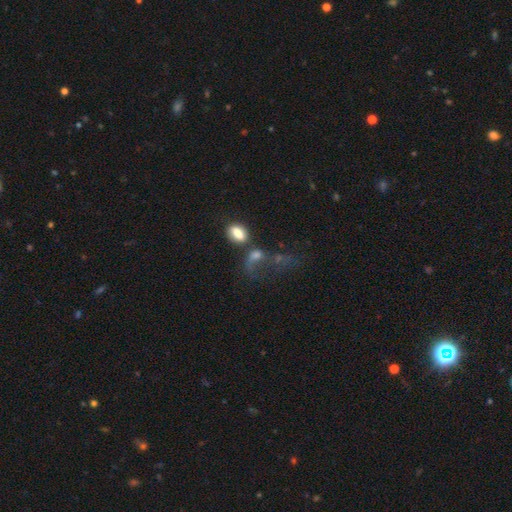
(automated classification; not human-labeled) This appears to be a smooth galaxy with no disk features (62%) that is in between round and cigar-shaped (70%). Merging: merger (39%).